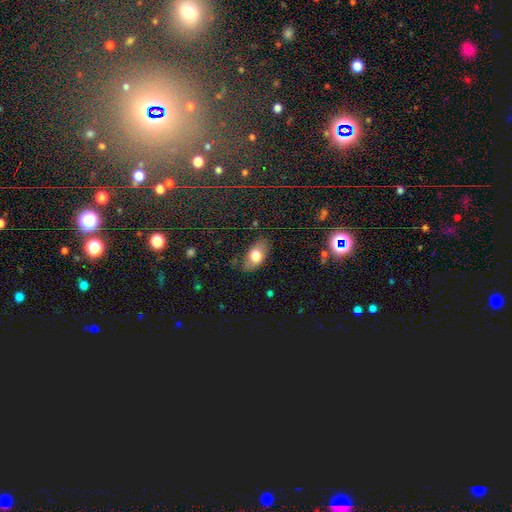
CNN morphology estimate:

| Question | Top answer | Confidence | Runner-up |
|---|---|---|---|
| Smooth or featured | smooth | 74% | featured or disk (18%) |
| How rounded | in between | 91% | round (6%) |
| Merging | none | 79% | minor disturbance (16%) |